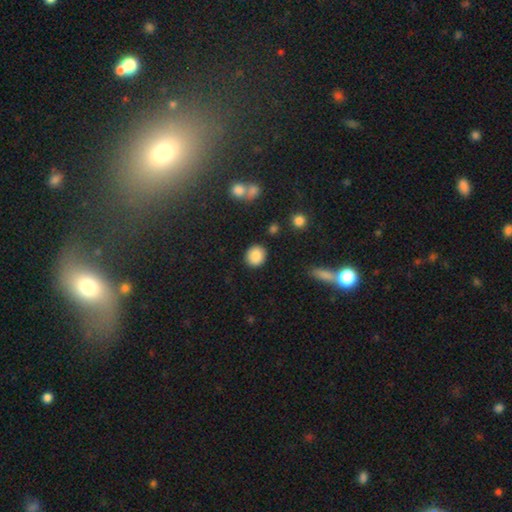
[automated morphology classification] smooth-or-featured: smooth: 86% | star or artifact: 8% | featured or disk: 6%
  how-rounded: round: 72% | in between: 27% | cigar-shaped: 1%
  merging: none: 88% | minor disturbance: 7% | major disturbance: 2% | merger: 2%